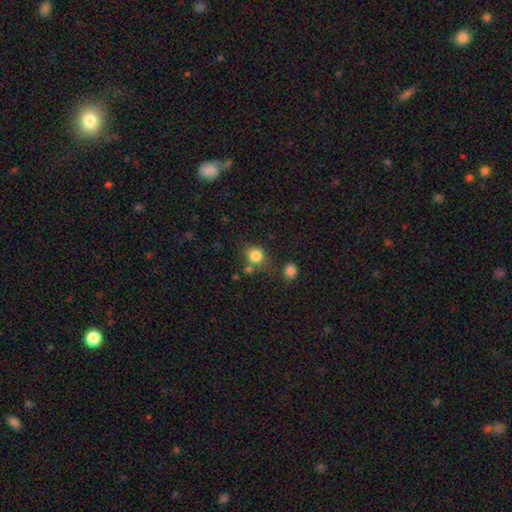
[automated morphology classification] Smooth or featured? smooth (83%)
How rounded? round (79%)
Merging? none (66%)